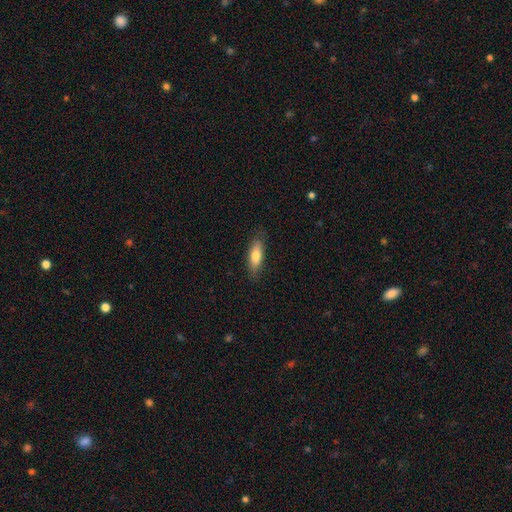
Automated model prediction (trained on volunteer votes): A smooth galaxy with no disk features (76%) that is in between round and cigar-shaped (56%).

Vote fractions:
- Smooth or featured? smooth: 76% / featured or disk: 18% / star or artifact: 6%
- How rounded? in between: 56% / cigar-shaped: 42% / round: 2%
- Merging? none: 84% / minor disturbance: 13% / major disturbance: 3% / merger: 1%